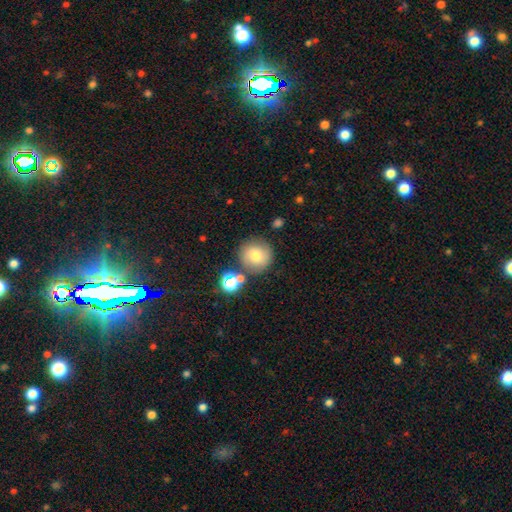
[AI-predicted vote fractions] The model was most divided on "smooth or featured": smooth: 72%, featured or disk: 15%, star or artifact: 13%. More confident: how rounded — round (94%); merging — none (74%).